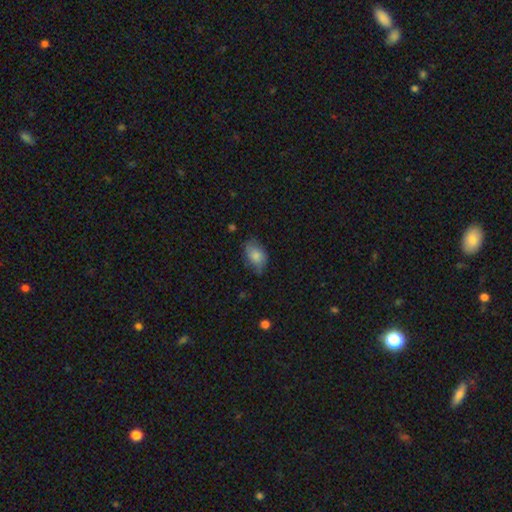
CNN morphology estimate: Q: Smooth or featured?
A: smooth (77%); runner-up: featured or disk (16%)
Q: How rounded?
A: in between (86%); runner-up: round (12%)
Q: Merging?
A: none (61%); runner-up: minor disturbance (30%)